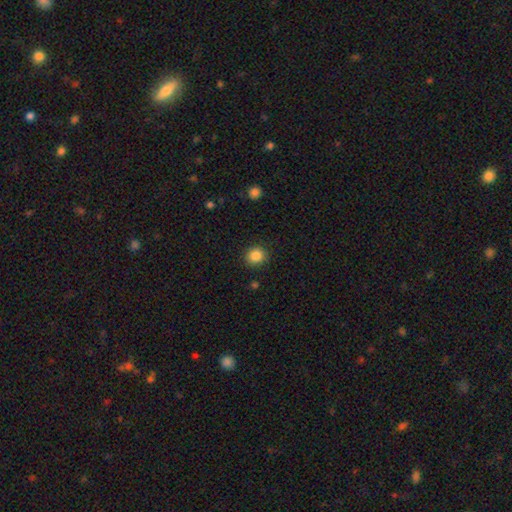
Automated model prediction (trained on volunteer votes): Smooth or featured? smooth (86%)
How rounded? round (88%)
Merging? none (90%)